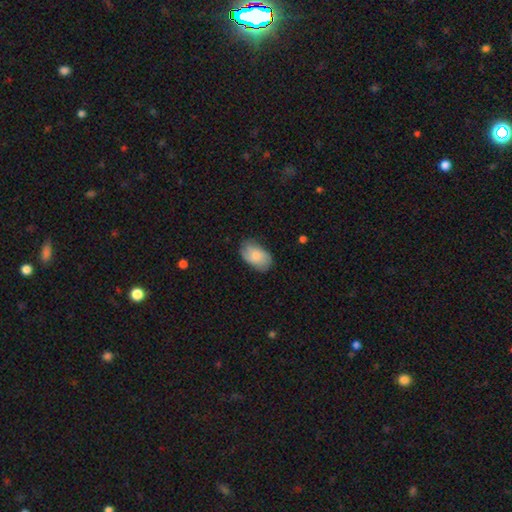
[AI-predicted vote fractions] Q: Smooth or featured?
A: smooth (76%); runner-up: featured or disk (18%)
Q: How rounded?
A: in between (90%); runner-up: round (8%)
Q: Merging?
A: none (70%); runner-up: minor disturbance (24%)